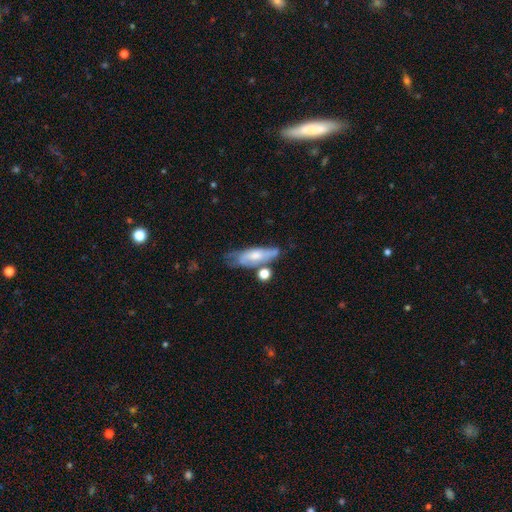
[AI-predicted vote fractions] A smooth galaxy with no disk features (48%).

Vote fractions:
- Smooth or featured? smooth: 48% / featured or disk: 44% / star or artifact: 7%
- Merging? none: 44% / minor disturbance: 27% / merger: 15% / major disturbance: 14%